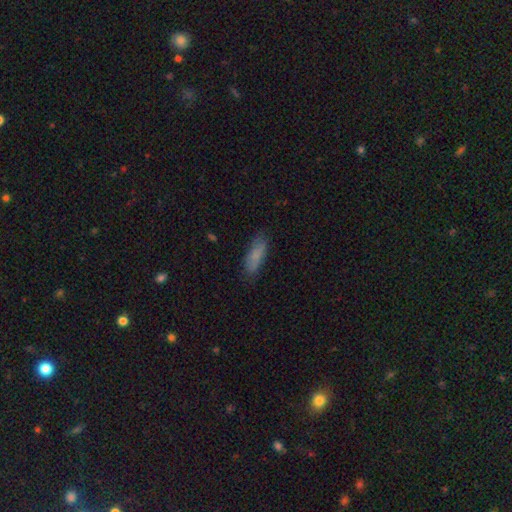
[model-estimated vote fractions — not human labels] Smooth or featured? smooth (80%)
How rounded? in between (58%)
Merging? none (78%)